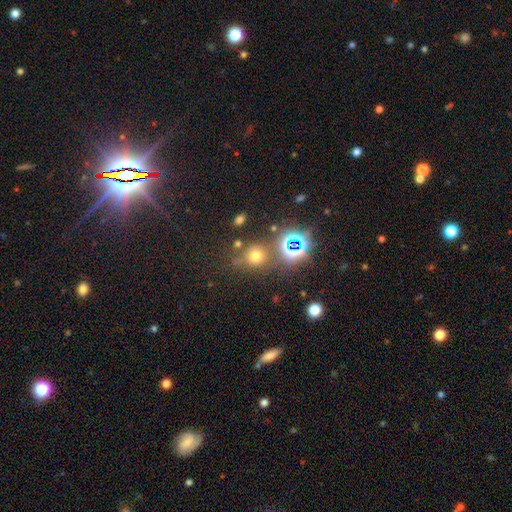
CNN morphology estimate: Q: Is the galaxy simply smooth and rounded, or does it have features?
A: smooth — 57%.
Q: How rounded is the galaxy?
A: round — 85%.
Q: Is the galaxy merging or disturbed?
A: none — 69%.